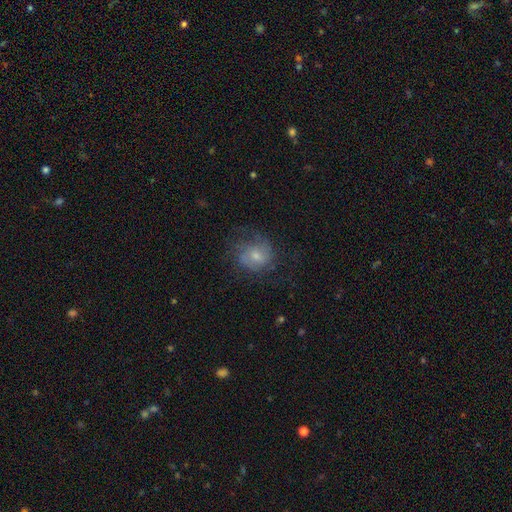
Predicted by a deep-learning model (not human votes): This appears to be a featured or disk galaxy (52%) with no bar (62%), spiral arms (78%) and a small central bulge (47%). Merging: none (53%).